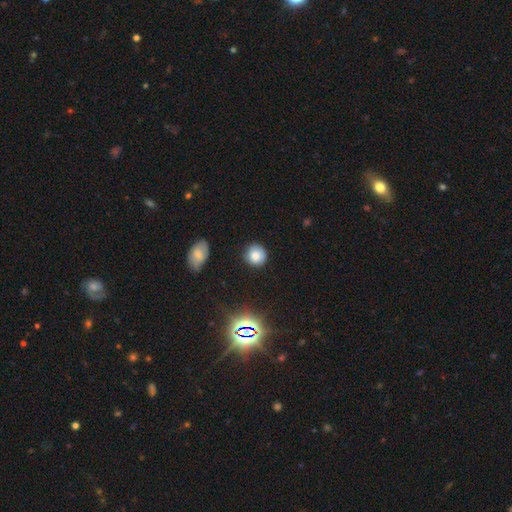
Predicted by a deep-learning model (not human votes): Smooth or featured? Predicted: smooth (p=0.79). How rounded? Predicted: round (p=0.89). Merging? Predicted: none (p=0.82).